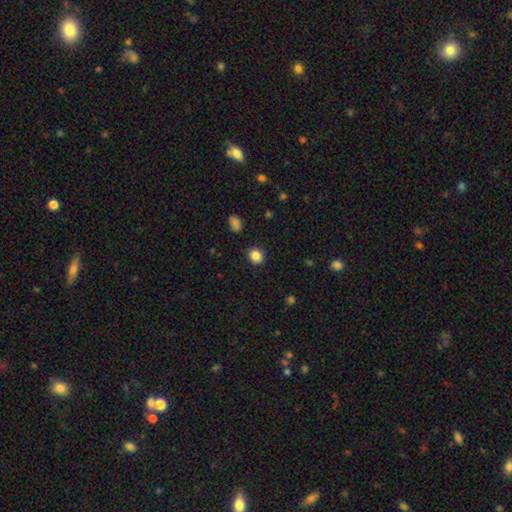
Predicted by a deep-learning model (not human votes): Smooth or featured? Predicted: smooth (p=0.85). How rounded? Predicted: round (p=0.81). Merging? Predicted: none (p=0.89).